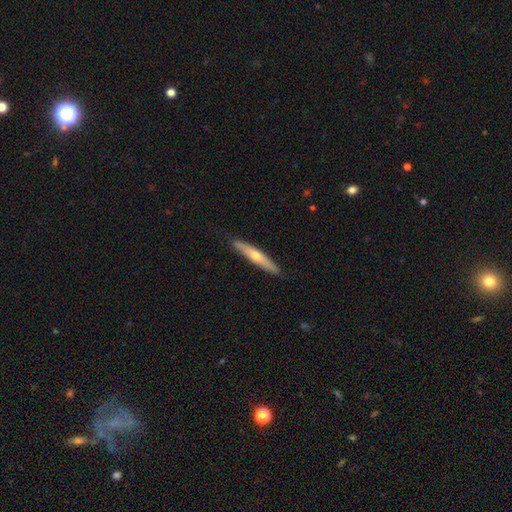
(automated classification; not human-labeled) featured or disk 50%, smooth 44%, star or artifact 6%. Down the decision tree: edge-on disk — yes (89%); merging — none (88%).